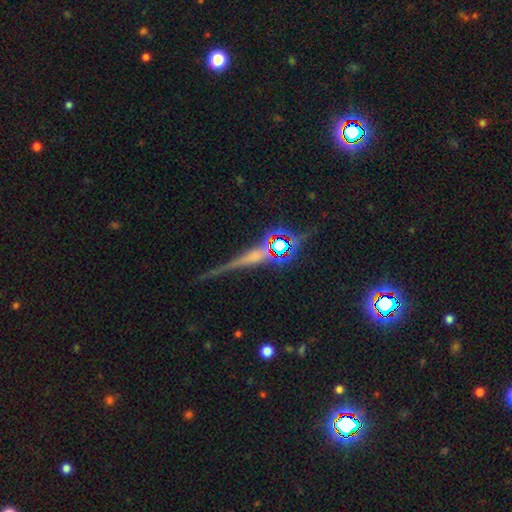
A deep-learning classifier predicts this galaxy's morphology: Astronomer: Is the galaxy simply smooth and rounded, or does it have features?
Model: star or artifact — 45% (runner-up: featured or disk, 37%).